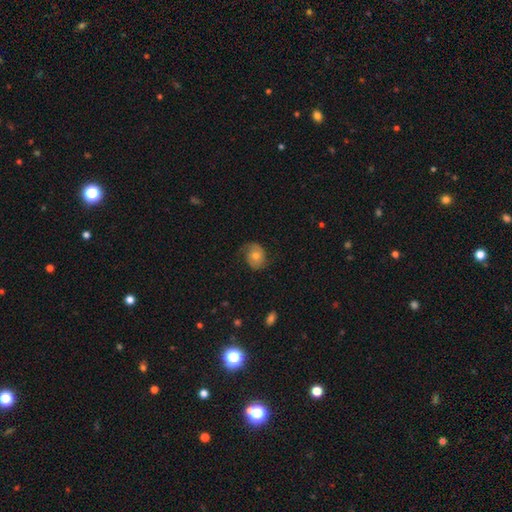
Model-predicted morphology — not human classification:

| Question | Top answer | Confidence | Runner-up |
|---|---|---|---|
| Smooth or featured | featured or disk | 58% | smooth (35%) |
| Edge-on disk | no | 97% | yes (3%) |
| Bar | no | 75% | weak (21%) |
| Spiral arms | yes | 87% | no (13%) |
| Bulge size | moderate | 64% | small (27%) |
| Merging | none | 59% | minor disturbance (23%) |